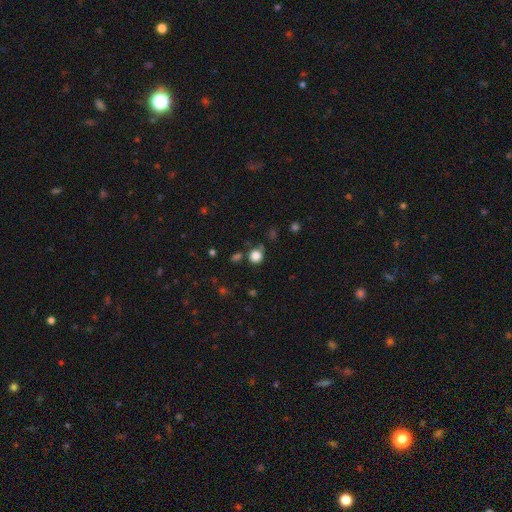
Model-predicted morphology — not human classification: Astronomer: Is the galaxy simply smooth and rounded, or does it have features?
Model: smooth — 82%.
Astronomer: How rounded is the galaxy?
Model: round — 87%.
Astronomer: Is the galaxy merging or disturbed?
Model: none — 73%.